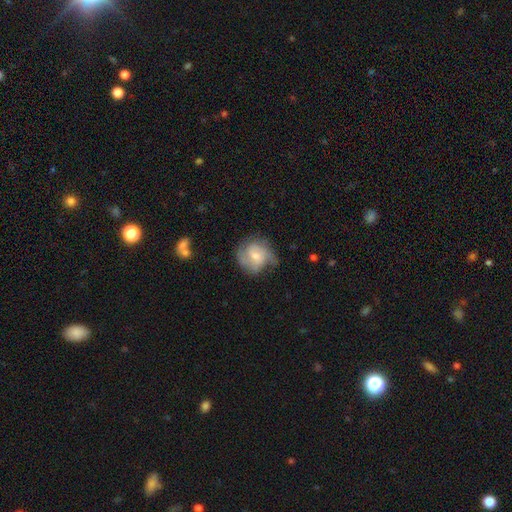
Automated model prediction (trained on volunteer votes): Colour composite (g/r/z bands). It shows a featured or disk galaxy (63%) with no bar (50%), 2 (45%) medium (45%) spiral arms (89%) and a moderate central bulge (49%). Merging: none (58%).